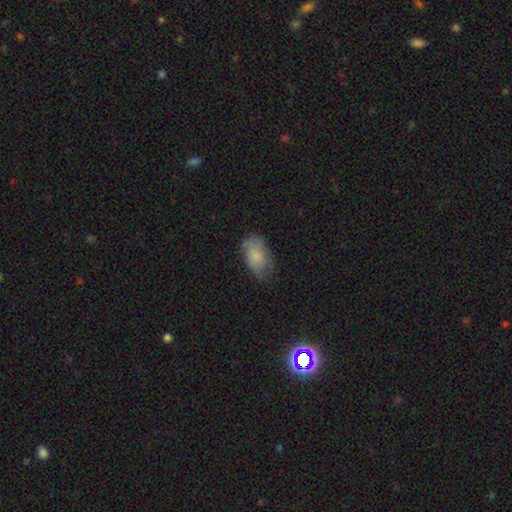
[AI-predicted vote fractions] smooth 72%, featured or disk 21%, star or artifact 7%. Down the decision tree: how rounded — in between (93%); merging — none (63%).